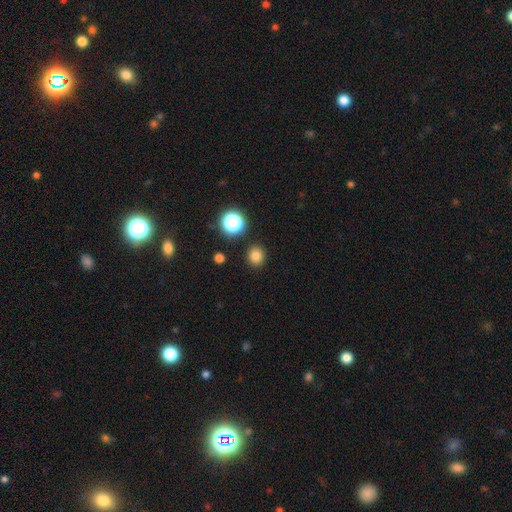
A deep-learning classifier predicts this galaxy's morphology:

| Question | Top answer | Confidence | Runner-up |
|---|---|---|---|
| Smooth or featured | smooth | 81% | star or artifact (15%) |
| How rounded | round | 86% | in between (13%) |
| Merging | none | 90% | minor disturbance (6%) |